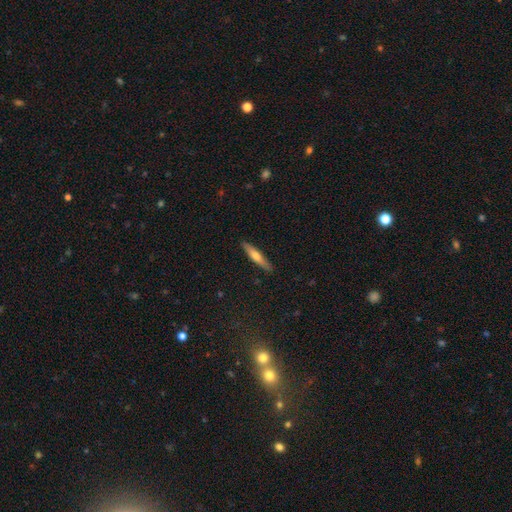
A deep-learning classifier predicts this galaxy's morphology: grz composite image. It shows a smooth galaxy with no disk features (53%) that is cigar-shaped (90%). Merging: none (90%).